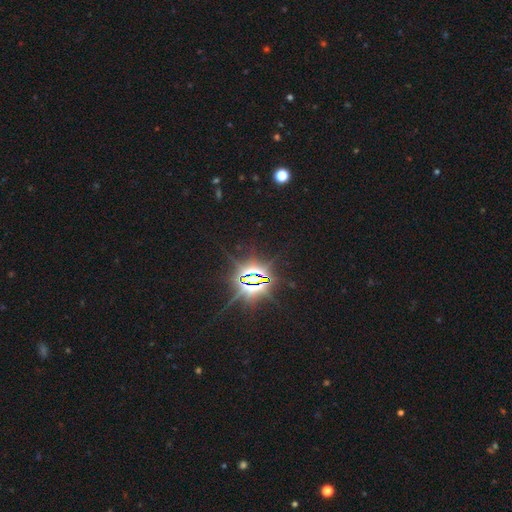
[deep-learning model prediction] smooth-or-featured: star or artifact: 85% | smooth: 9% | featured or disk: 5%